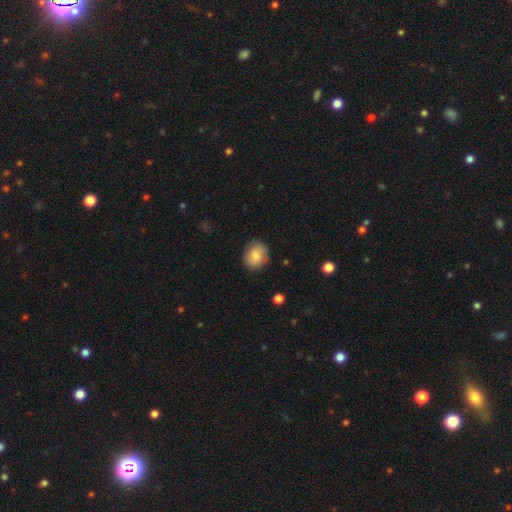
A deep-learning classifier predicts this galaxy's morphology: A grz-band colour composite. It shows a smooth galaxy with no disk features (78%) that is round (69%). Merging: none (81%).